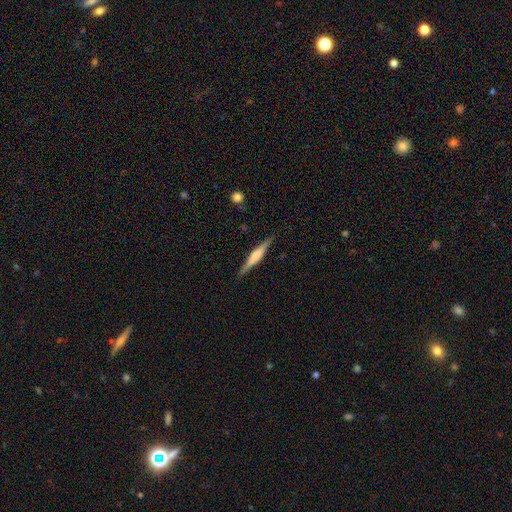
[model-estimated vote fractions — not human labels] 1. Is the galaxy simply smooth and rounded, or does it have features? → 63% featured or disk, 32% smooth, 6% star or artifact.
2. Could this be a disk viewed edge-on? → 98% yes, 2% no.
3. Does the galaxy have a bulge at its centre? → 55% rounded, 33% boxy, 12% none.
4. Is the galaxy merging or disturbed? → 89% none, 8% minor disturbance, 2% major disturbance, 1% merger.